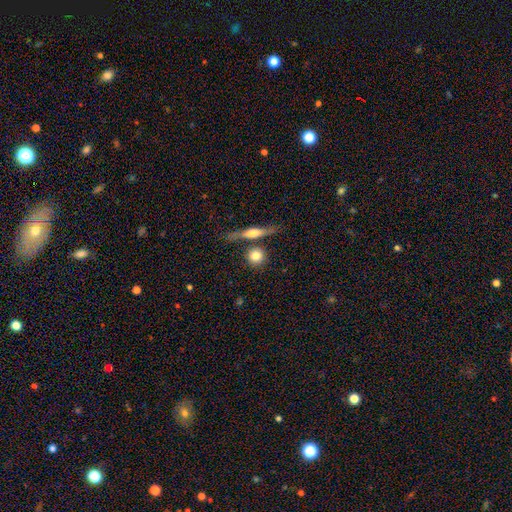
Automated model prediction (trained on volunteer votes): Smooth or featured: smooth — 76% (featured or disk — 17%)
How rounded: round — 84% (in between — 10%)
Merging: none — 72% (merger — 15%)